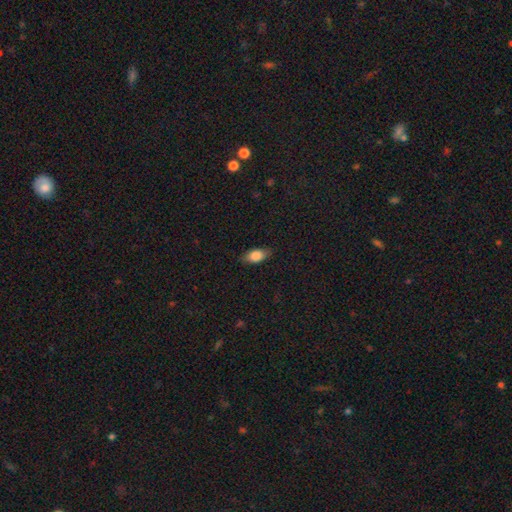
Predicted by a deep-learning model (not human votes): This appears to be a smooth galaxy with no disk features (81%) that is in between round and cigar-shaped (88%). Merging: none (83%).